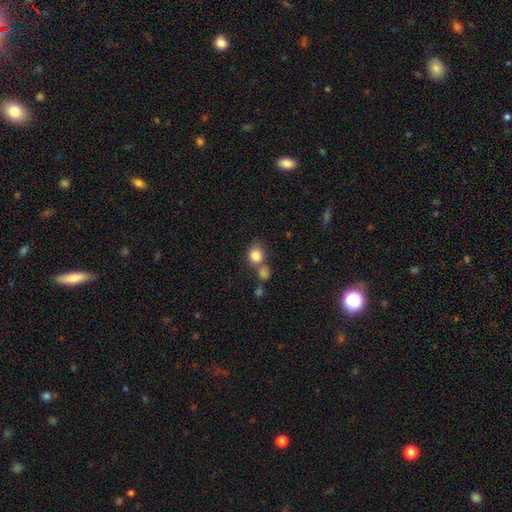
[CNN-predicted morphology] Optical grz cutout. It shows a smooth galaxy with no disk features (83%) that is round (71%). Merging: none (50%).